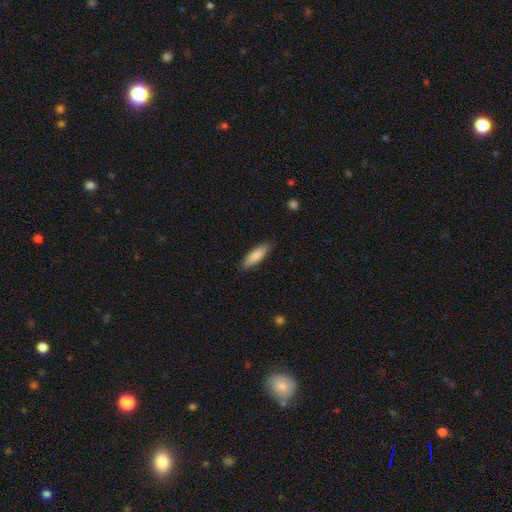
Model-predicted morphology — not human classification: smooth 85%, featured or disk 10%, star or artifact 6%. Down the decision tree: how rounded — cigar-shaped (59%); merging — none (87%).